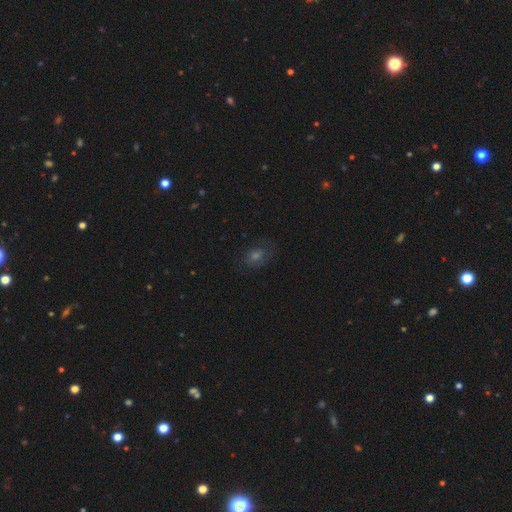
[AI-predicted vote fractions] A smooth galaxy with no disk features (49%). Merging: none (73%).